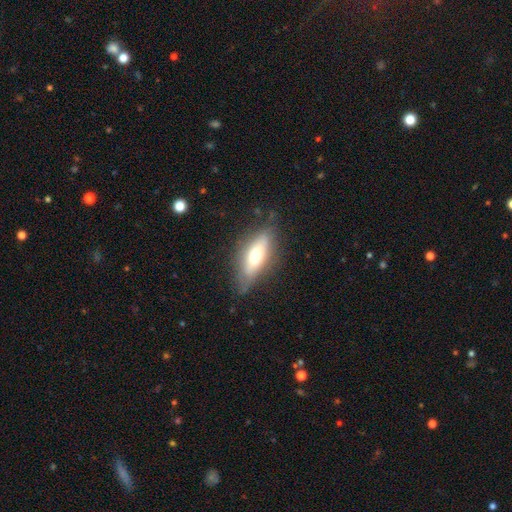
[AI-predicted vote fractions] Q: Smooth or featured?
A: smooth (54%); runner-up: featured or disk (39%)
Q: How rounded?
A: in between (59%); runner-up: cigar-shaped (39%)
Q: Merging?
A: none (75%); runner-up: minor disturbance (19%)